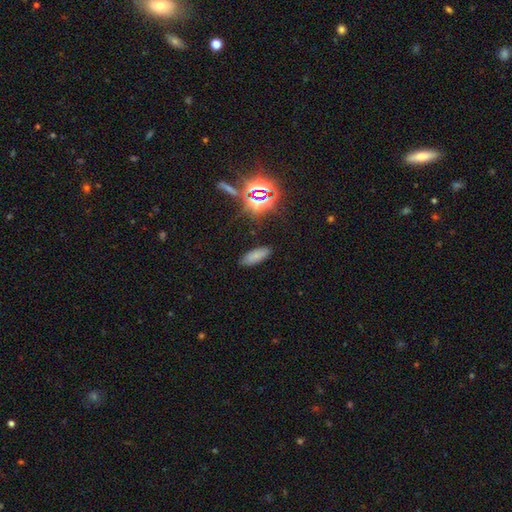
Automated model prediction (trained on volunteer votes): The model was most divided on "smooth or featured": smooth: 70%, star or artifact: 20%, featured or disk: 10%. More confident: merging — none (86%); how rounded — in between (74%).